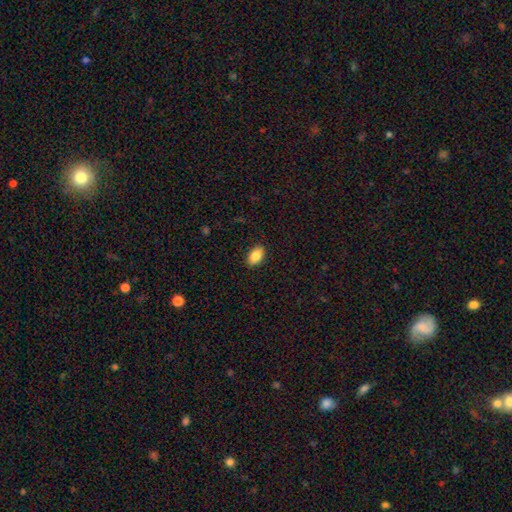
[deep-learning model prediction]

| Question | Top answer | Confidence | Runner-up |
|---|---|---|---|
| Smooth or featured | smooth | 85% | star or artifact (7%) |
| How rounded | in between | 92% | round (6%) |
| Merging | none | 89% | minor disturbance (8%) |